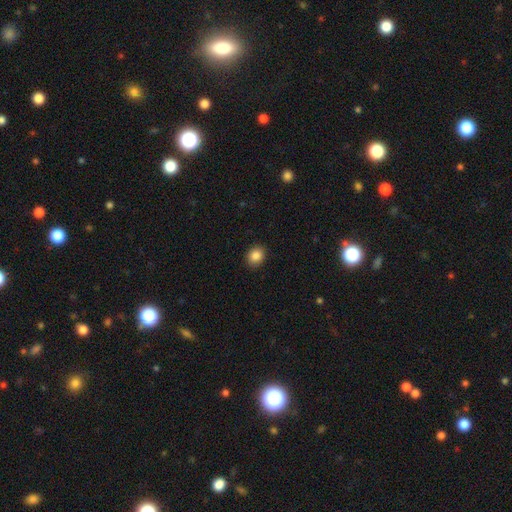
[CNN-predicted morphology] smooth-or-featured: smooth: 87% | star or artifact: 9% | featured or disk: 4%
  how-rounded: round: 57% | in between: 42% | cigar-shaped: 1%
  merging: none: 89% | minor disturbance: 8% | major disturbance: 2% | merger: 1%